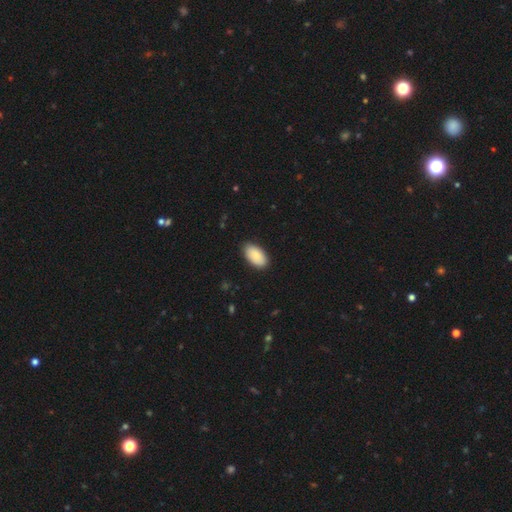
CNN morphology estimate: Smooth or featured? smooth (87%)
How rounded? in between (96%)
Merging? none (86%)